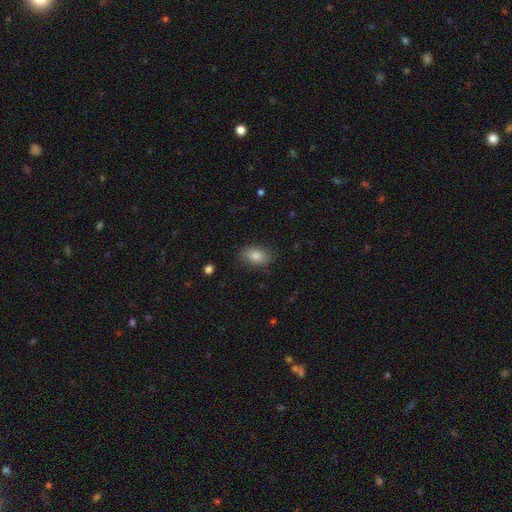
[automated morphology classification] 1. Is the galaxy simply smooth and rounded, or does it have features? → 83% smooth, 9% star or artifact, 8% featured or disk.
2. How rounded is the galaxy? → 87% in between, 11% round, 2% cigar-shaped.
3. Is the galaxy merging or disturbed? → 84% none, 12% minor disturbance, 3% major disturbance, 1% merger.